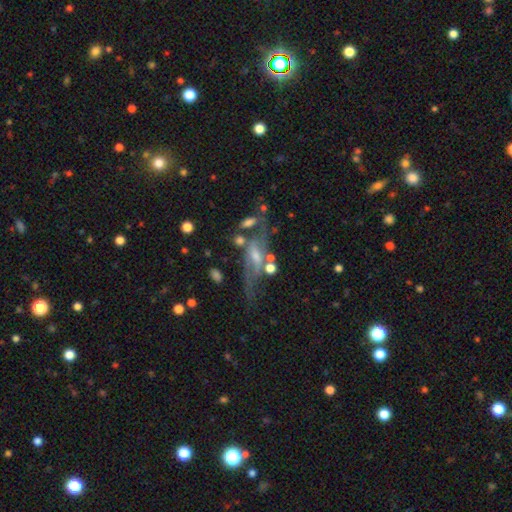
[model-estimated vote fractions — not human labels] Morphology: type=featured or disk (74%); edge-on=no (69%); bar=weak (39%); spiral arms=yes (73%); bulge=small (44%); merging=none (50%).